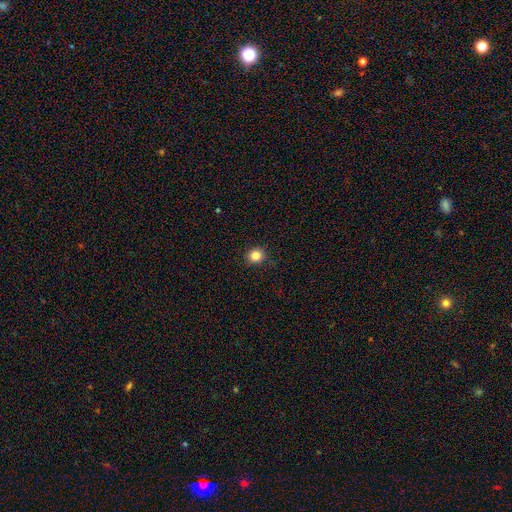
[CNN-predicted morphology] Smooth or featured?
  - smooth: 84% *
  - star or artifact: 12%
  - featured or disk: 5%
How rounded?
  - round: 85% *
  - in between: 14%
  - cigar-shaped: 1%
Merging?
  - none: 89% *
  - minor disturbance: 8%
  - major disturbance: 2%
  - merger: 1%